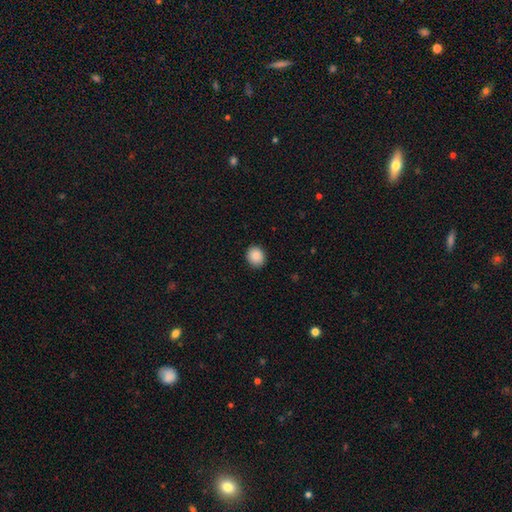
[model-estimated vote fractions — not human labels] Smooth or featured?
  - smooth: 89% *
  - star or artifact: 8%
  - featured or disk: 3%
How rounded?
  - round: 68% *
  - in between: 31%
  - cigar-shaped: 1%
Merging?
  - none: 90% *
  - minor disturbance: 7%
  - major disturbance: 2%
  - merger: 1%